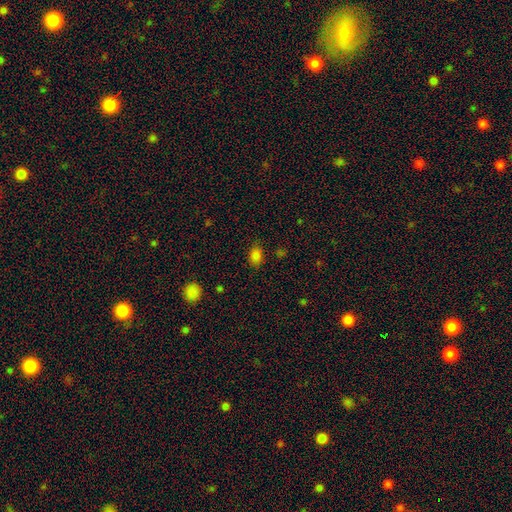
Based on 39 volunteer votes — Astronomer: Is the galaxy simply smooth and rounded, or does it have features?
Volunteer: smooth — 82%.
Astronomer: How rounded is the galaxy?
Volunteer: in between — 78%.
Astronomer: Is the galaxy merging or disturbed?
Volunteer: none — 80%.